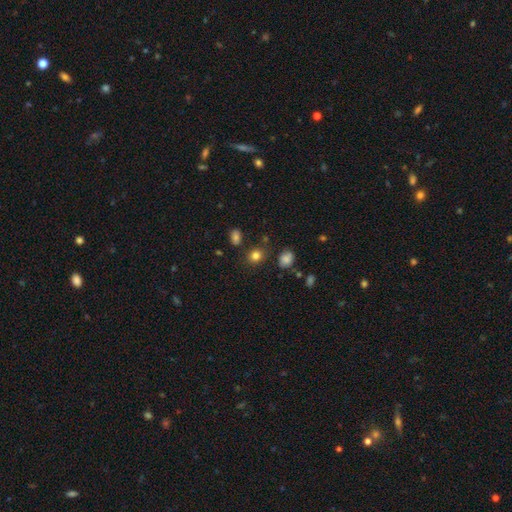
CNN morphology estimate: Overall: smooth (82%). How rounded: round (62%; in between 37%). Merging: none (82%).